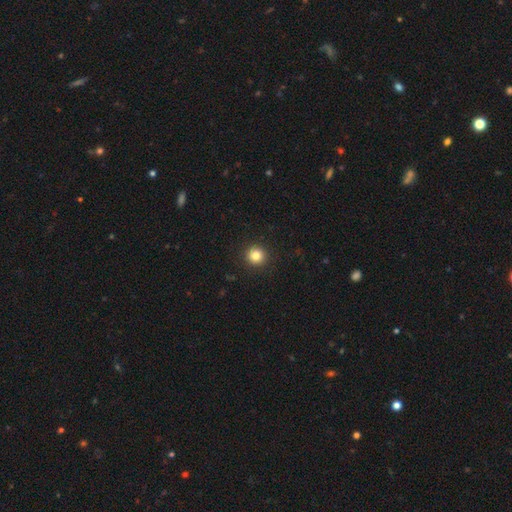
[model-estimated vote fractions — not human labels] Smooth or featured? smooth (83%)
How rounded? round (95%)
Merging? none (93%)